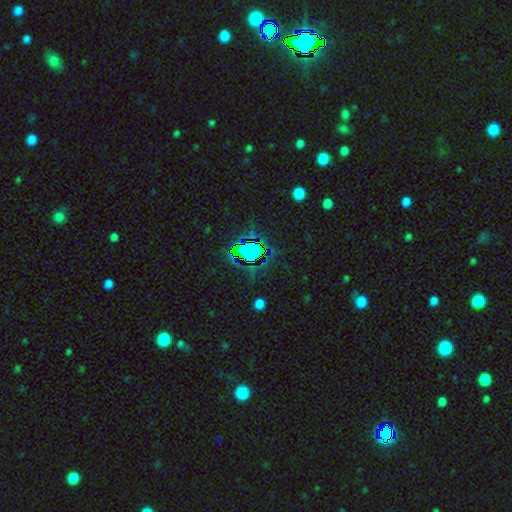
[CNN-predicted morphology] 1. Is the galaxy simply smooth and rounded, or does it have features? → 70% star or artifact, 20% smooth, 10% featured or disk.